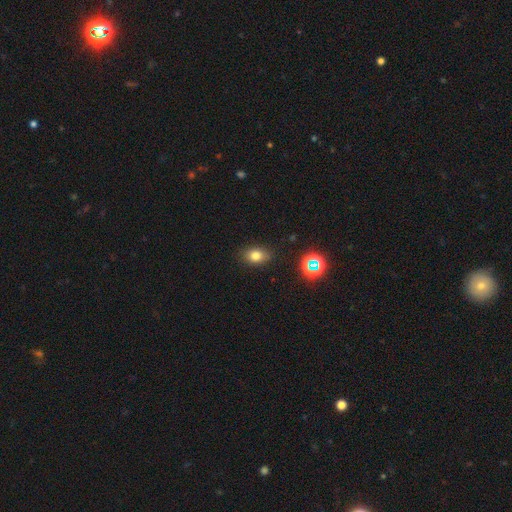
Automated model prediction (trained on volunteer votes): Q: Smooth or featured?
A: smooth (76%); runner-up: star or artifact (15%)
Q: How rounded?
A: in between (67%); runner-up: round (32%)
Q: Merging?
A: none (84%); runner-up: minor disturbance (12%)